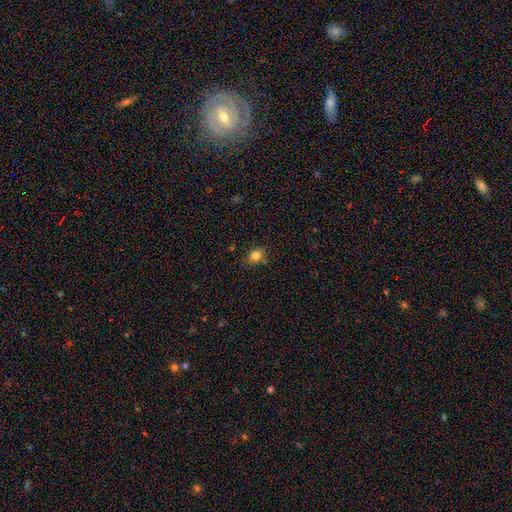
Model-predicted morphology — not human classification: This appears to be a smooth galaxy with no disk features (82%) that is round (51%). Merging: none (80%).